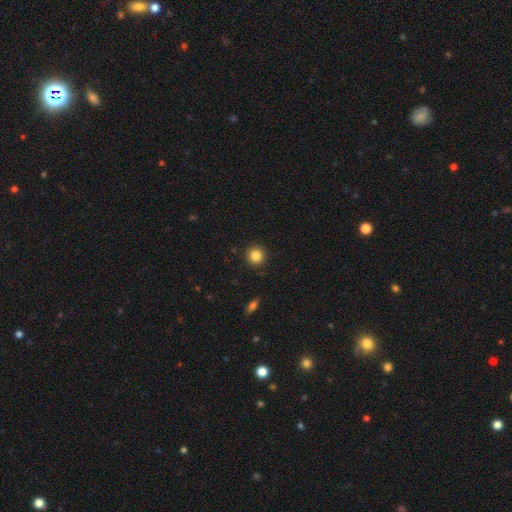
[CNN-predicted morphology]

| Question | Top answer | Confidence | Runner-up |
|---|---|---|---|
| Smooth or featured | smooth | 85% | star or artifact (11%) |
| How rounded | round | 93% | in between (6%) |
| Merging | none | 91% | minor disturbance (6%) |